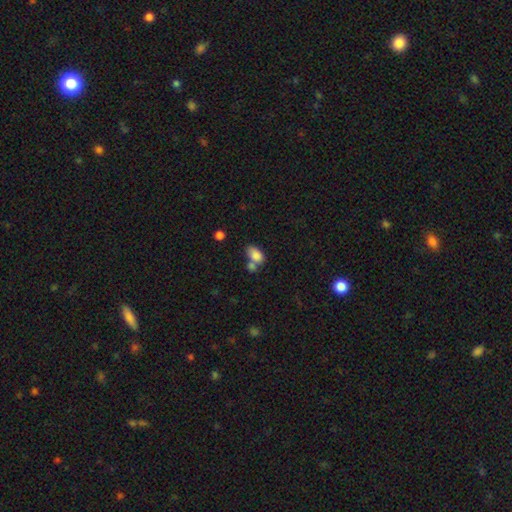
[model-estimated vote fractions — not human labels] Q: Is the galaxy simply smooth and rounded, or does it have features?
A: smooth — 83%.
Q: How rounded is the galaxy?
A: in between — 89%.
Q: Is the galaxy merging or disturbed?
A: merger — 40%.